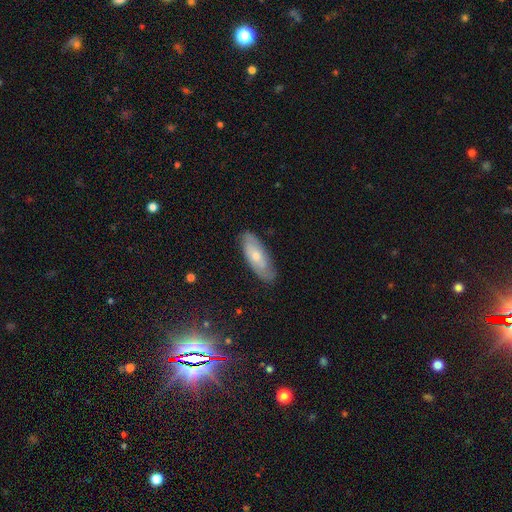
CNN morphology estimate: type=smooth (50%); roundness=in between (71%); merging=none (81%).